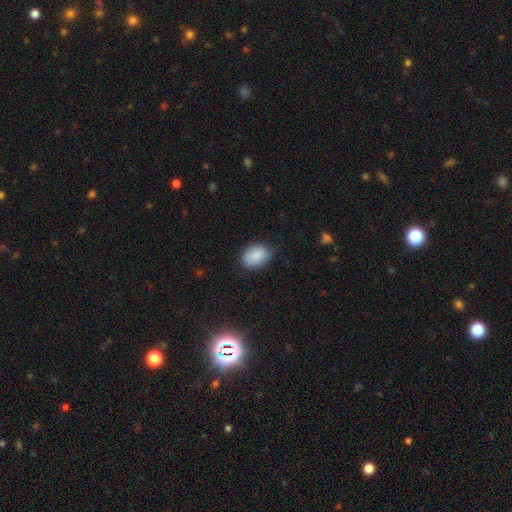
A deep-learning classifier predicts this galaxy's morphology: smooth_or_featured: smooth (p=0.87) [alt: star or artifact p=0.07]
how_rounded: in between (p=0.73) [alt: round p=0.26]
merging: none (p=0.80) [alt: minor disturbance p=0.16]